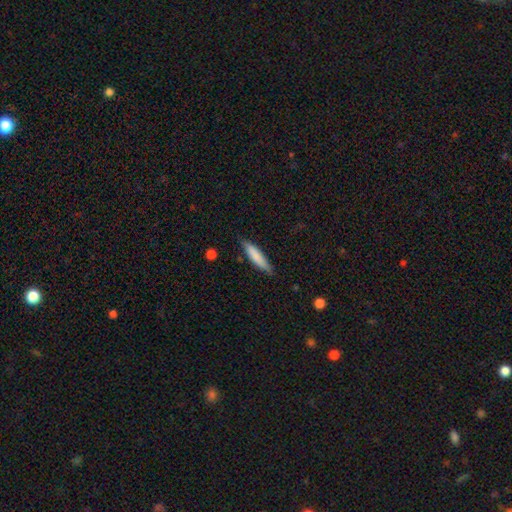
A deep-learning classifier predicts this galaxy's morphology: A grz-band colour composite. It shows a smooth galaxy with no disk features (79%) that is cigar-shaped (79%). Merging: none (78%).